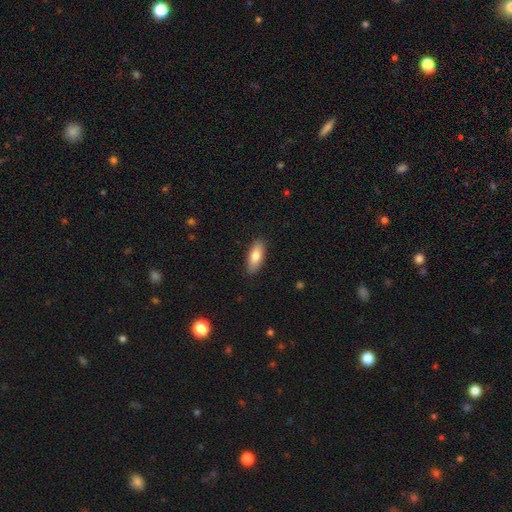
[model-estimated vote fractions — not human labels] smooth 81%, featured or disk 13%, star or artifact 6%. Down the decision tree: how rounded — in between (77%); merging — none (87%).